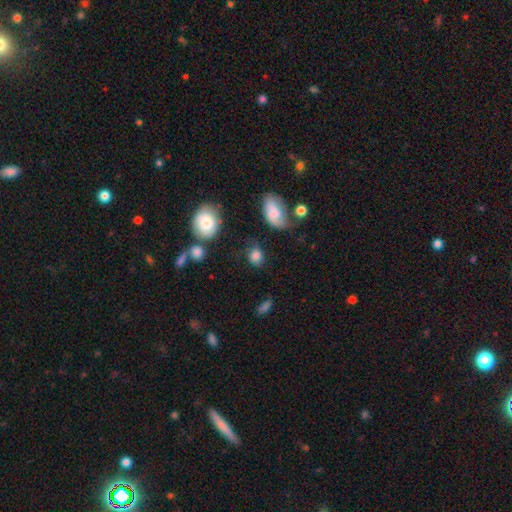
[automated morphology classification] The model was most divided on "how rounded": round: 50%, in between: 48%, cigar-shaped: 2%. More confident: smooth or featured — smooth (76%); merging — none (54%).